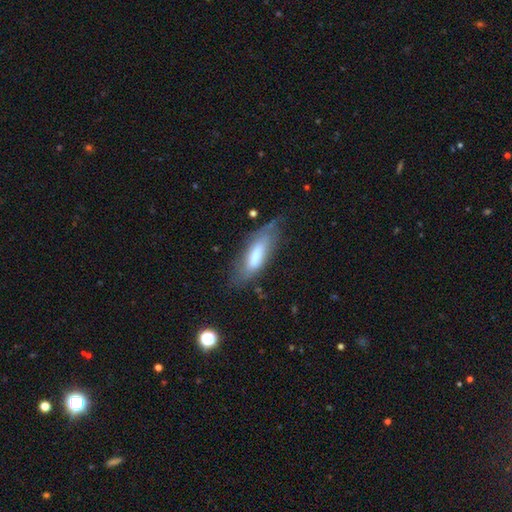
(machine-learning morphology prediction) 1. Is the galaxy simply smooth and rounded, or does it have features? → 58% smooth, 34% featured or disk, 8% star or artifact.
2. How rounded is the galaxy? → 52% in between, 47% cigar-shaped, 2% round.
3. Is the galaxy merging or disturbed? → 60% none, 26% minor disturbance, 11% major disturbance, 3% merger.